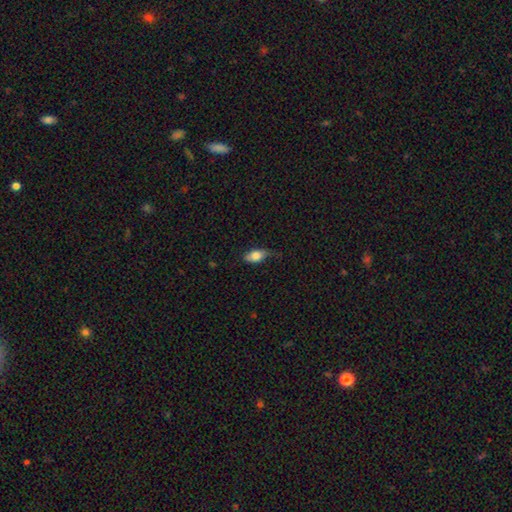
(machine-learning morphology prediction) The model was most divided on "merging": none: 50%, minor disturbance: 37%, major disturbance: 11%, merger: 2%. More confident: how rounded — in between (88%); smooth or featured — smooth (78%).